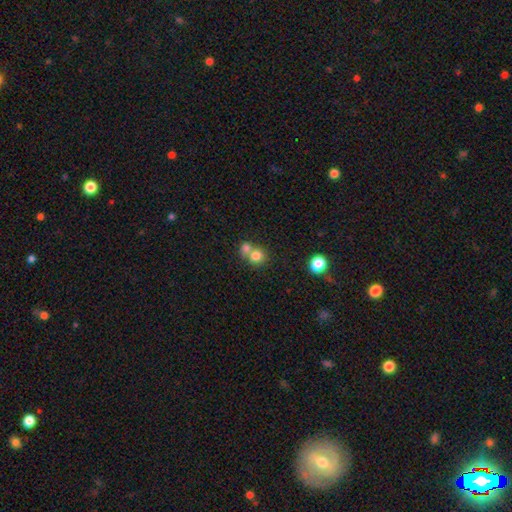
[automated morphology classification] The model was most divided on "merging": merger: 50%, none: 41%, minor disturbance: 6%, major disturbance: 3%. More confident: how rounded — round (83%); smooth or featured — smooth (79%).